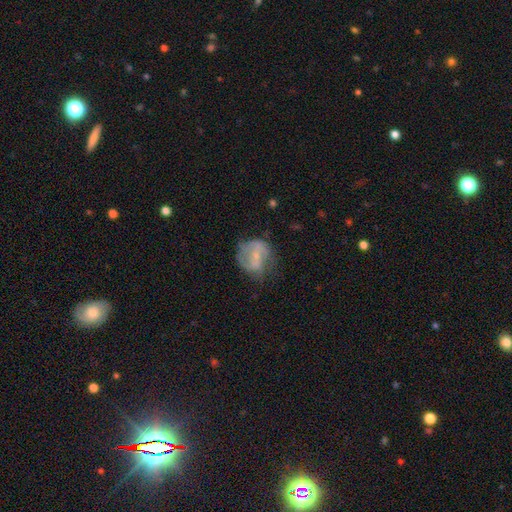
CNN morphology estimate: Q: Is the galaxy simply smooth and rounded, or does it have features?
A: featured or disk — 58%.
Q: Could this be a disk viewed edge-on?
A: no — 97%.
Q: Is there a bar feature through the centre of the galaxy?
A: no — 50%.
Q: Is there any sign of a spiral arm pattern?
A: yes — 61%.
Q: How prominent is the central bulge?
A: small — 63%.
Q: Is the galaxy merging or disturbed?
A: none — 46%.